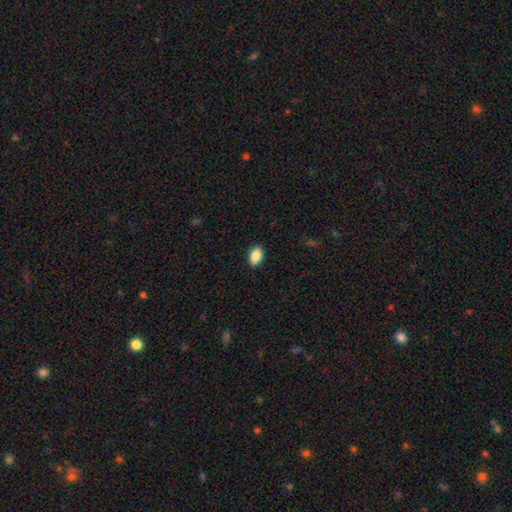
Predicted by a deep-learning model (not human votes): A smooth galaxy with no disk features (89%) that is in between round and cigar-shaped (91%). Merging: none (89%).